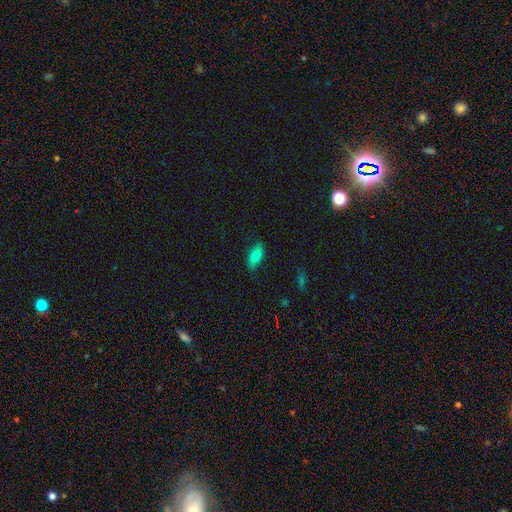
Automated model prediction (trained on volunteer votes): smooth_or_featured: smooth (p=0.80) [alt: featured or disk p=0.11]
how_rounded: in between (p=0.86) [alt: cigar-shaped p=0.11]
merging: none (p=0.82) [alt: minor disturbance p=0.14]